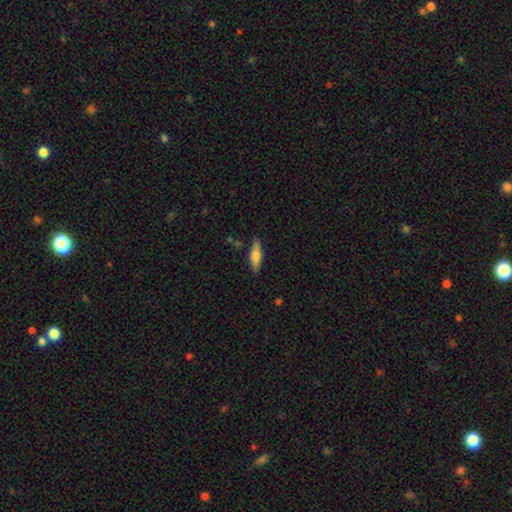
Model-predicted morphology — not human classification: A smooth galaxy with no disk features (60%) that is cigar-shaped (65%). Merging: none (85%).